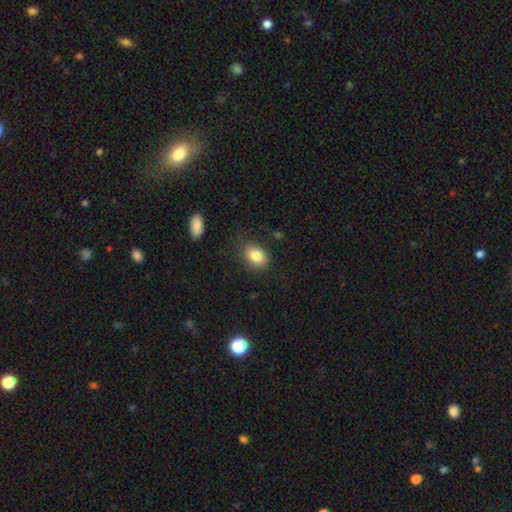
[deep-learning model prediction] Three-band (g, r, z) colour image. It shows a smooth galaxy with no disk features (83%) that is in between round and cigar-shaped (76%). Merging: none (80%).